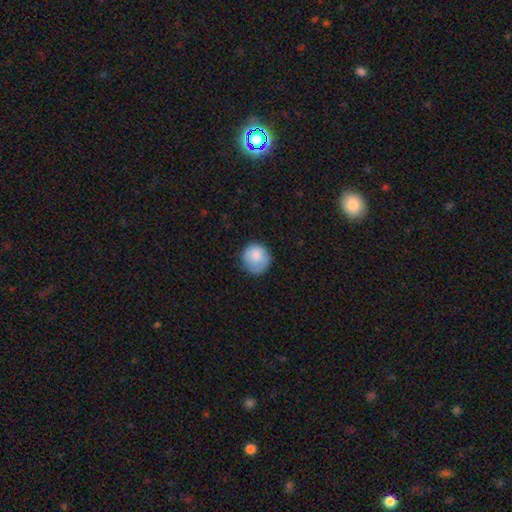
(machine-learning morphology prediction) Smooth or featured: smooth — 82% (featured or disk — 11%)
How rounded: round — 89% (in between — 10%)
Merging: none — 71% (minor disturbance — 21%)